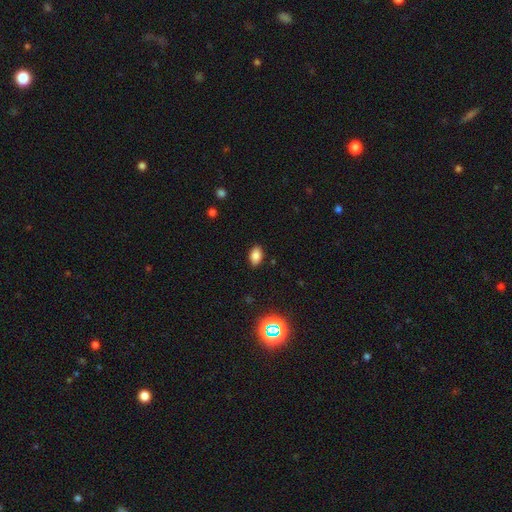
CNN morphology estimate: smooth-or-featured: smooth: 82% | star or artifact: 12% | featured or disk: 6%
  how-rounded: in between: 89% | round: 9% | cigar-shaped: 2%
  merging: none: 87% | minor disturbance: 9% | major disturbance: 2% | merger: 1%